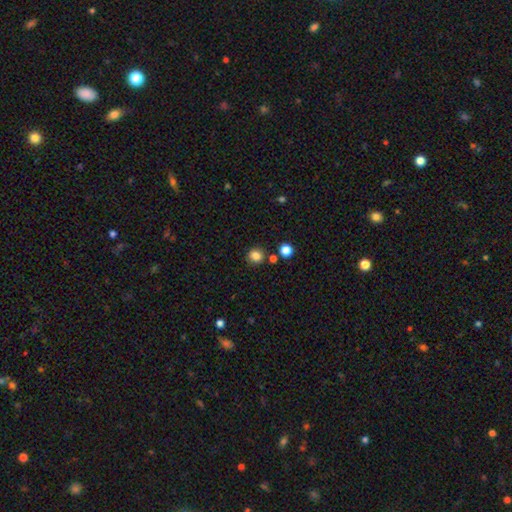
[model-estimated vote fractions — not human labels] smooth_or_featured: smooth (p=0.83) [alt: star or artifact p=0.12]
how_rounded: round (p=0.88) [alt: in between p=0.11]
merging: none (p=0.85) [alt: minor disturbance p=0.08]